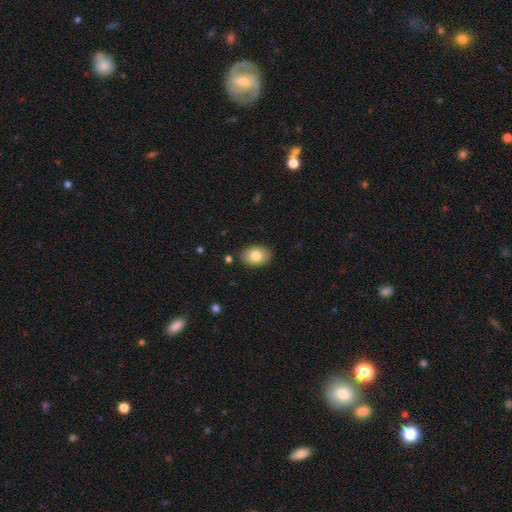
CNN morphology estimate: Smooth or featured: smooth — 79% (featured or disk — 13%)
How rounded: in between — 77% (round — 22%)
Merging: none — 87% (minor disturbance — 10%)